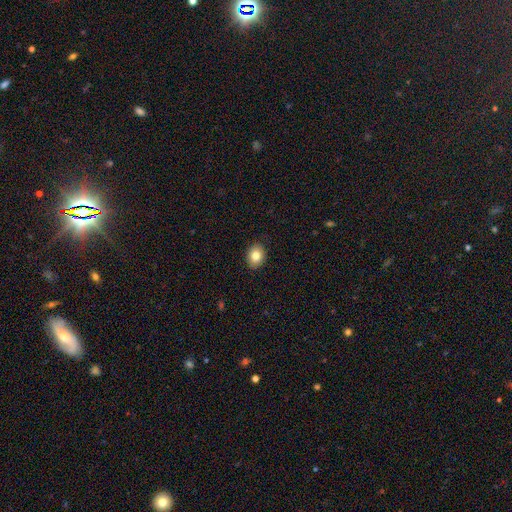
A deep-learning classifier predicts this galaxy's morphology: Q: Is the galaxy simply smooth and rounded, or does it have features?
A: smooth — 82%.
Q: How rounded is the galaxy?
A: in between — 59%.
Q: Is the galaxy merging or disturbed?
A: none — 90%.